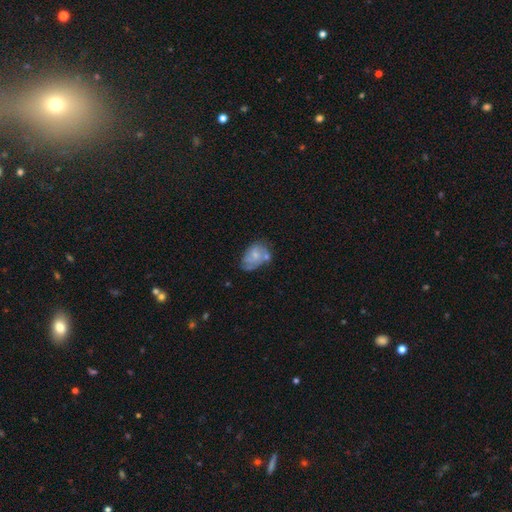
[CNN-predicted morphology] Overall: smooth (47%; featured or disk 45%). Merging: none (37%; minor disturbance 28%).